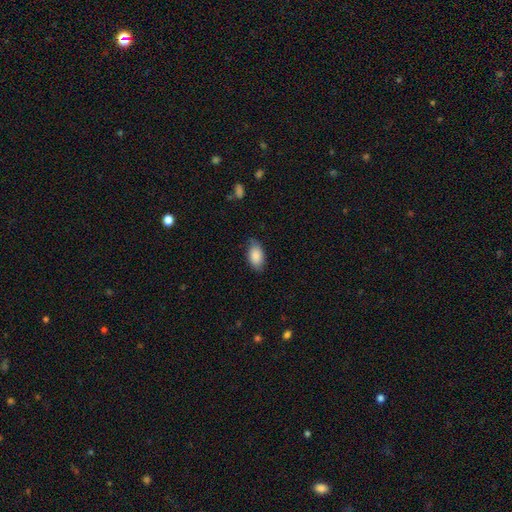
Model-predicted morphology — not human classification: Q: Smooth or featured?
A: smooth (86%); runner-up: featured or disk (8%)
Q: How rounded?
A: in between (94%); runner-up: round (4%)
Q: Merging?
A: none (77%); runner-up: minor disturbance (18%)